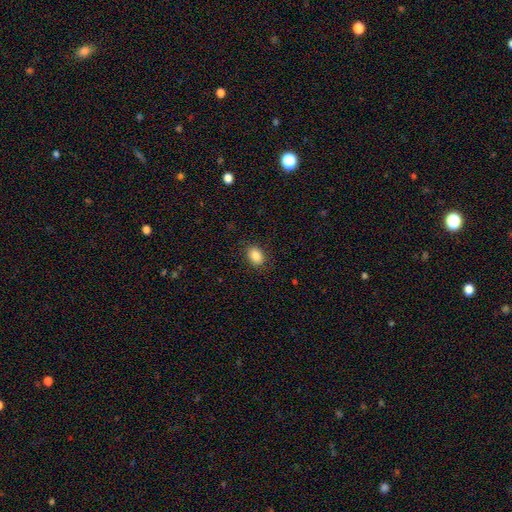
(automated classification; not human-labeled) This appears to be a smooth galaxy with no disk features (87%) that is in between round and cigar-shaped (74%). Merging: none (87%).